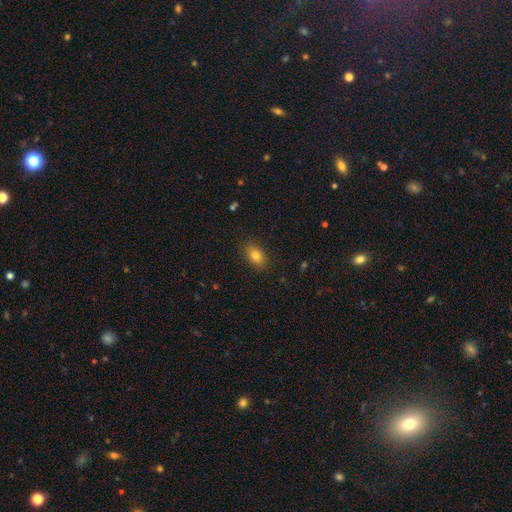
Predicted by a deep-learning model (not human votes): This is clearly a smooth galaxy (81%). How rounded: clearly in between (83%). Merging: clearly none (85%).